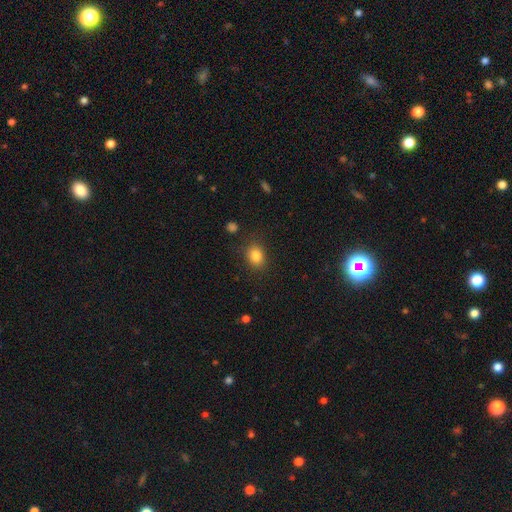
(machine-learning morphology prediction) Smooth or featured: smooth — 83% (star or artifact — 11%)
How rounded: round — 50% (in between — 49%)
Merging: none — 83% (minor disturbance — 11%)